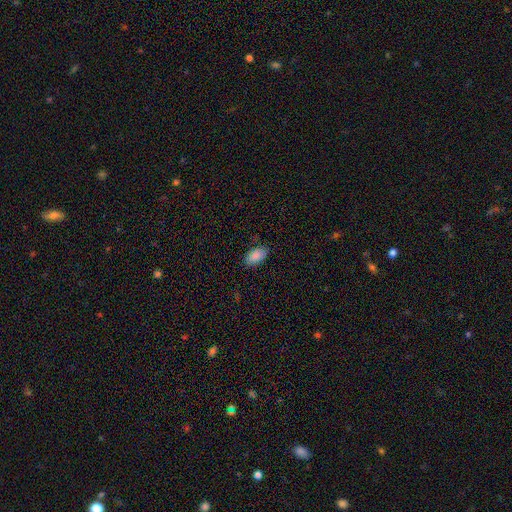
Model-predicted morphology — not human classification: This appears to be a smooth galaxy with no disk features (88%) that is in between round and cigar-shaped (94%). Merging: none (83%).